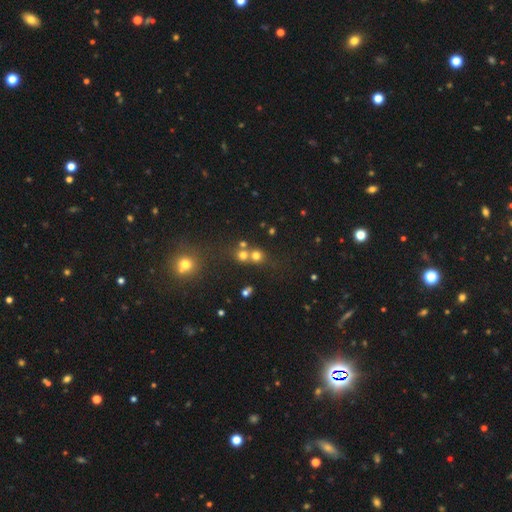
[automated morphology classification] smooth_or_featured: smooth (p=0.67) [alt: star or artifact p=0.22]
how_rounded: round (p=0.86) [alt: in between p=0.13]
merging: none (p=0.50) [alt: merger p=0.40]